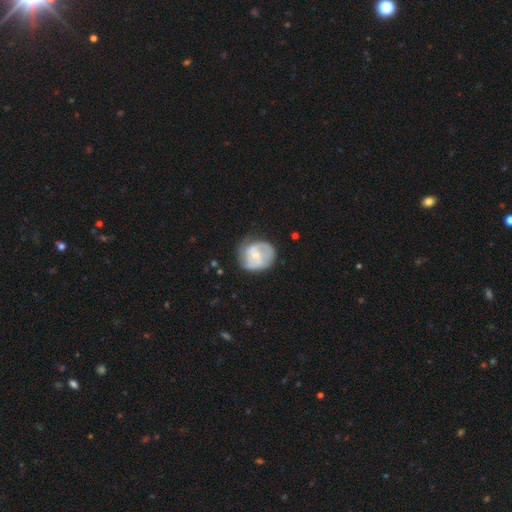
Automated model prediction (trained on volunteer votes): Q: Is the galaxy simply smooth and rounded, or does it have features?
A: featured or disk — 65%.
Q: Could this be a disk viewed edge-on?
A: no — 98%.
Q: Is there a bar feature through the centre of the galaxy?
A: no — 55%.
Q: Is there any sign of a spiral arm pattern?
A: yes — 82%.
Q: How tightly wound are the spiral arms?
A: medium — 41%.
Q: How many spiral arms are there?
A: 2 — 51%.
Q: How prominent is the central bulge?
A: small — 55%.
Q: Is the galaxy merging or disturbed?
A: none — 63%.